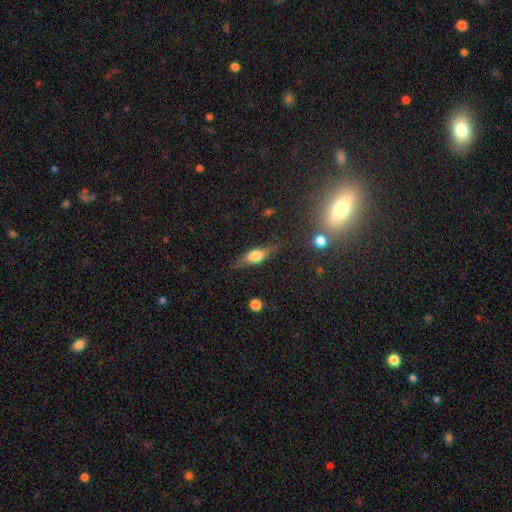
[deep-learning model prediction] smooth 50%, featured or disk 42%, star or artifact 8%. Down the decision tree: how rounded — in between (52%); merging — none (78%).